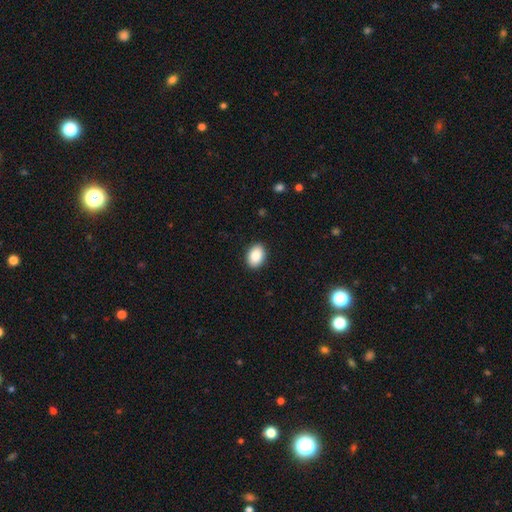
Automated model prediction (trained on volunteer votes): Morphology: type=smooth (89%); roundness=in between (82%); merging=none (90%).